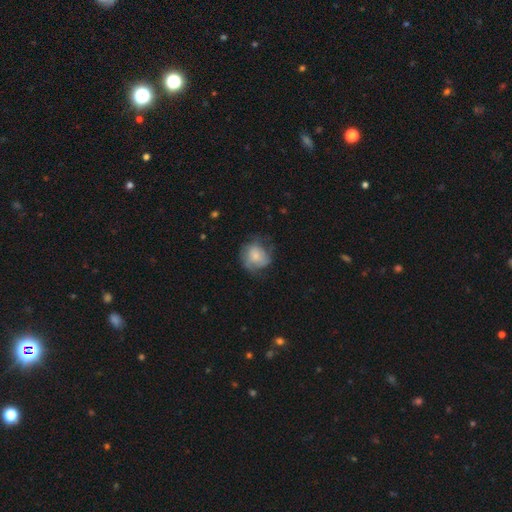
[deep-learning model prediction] Smooth or featured? smooth (61%)
How rounded? round (75%)
Merging? none (52%)